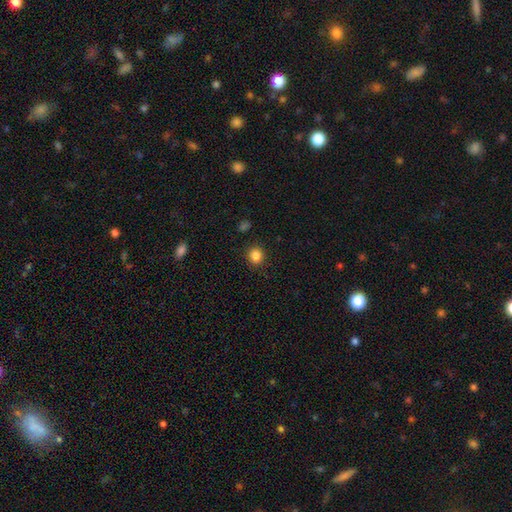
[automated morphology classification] smooth 85%, star or artifact 11%, featured or disk 4%. Down the decision tree: how rounded — round (85%); merging — none (90%).